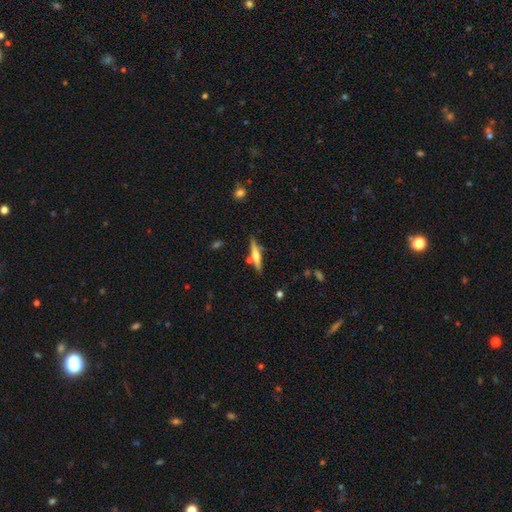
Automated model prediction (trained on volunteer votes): A featured or disk galaxy (55%) viewed edge-on (95%) with a rounded central bulge (74%). Merging: none (77%).